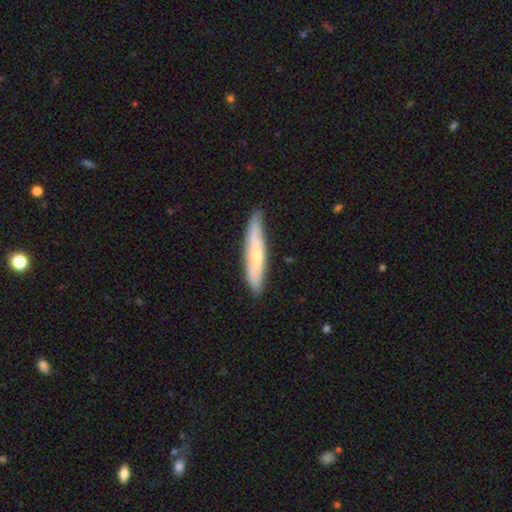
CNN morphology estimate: smooth 54%, featured or disk 40%, star or artifact 6%. Down the decision tree: how rounded — cigar-shaped (88%); merging — none (79%).